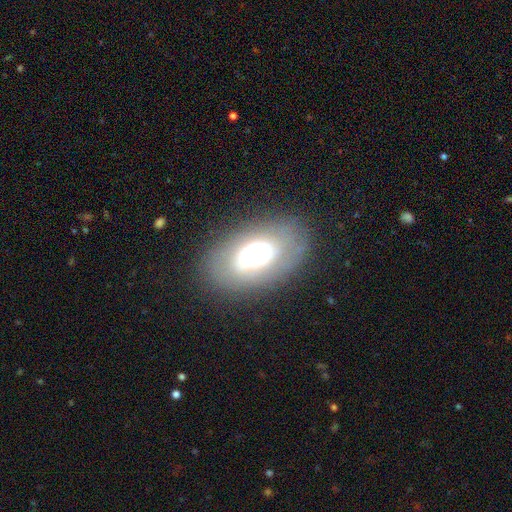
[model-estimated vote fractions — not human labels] Q: Smooth or featured?
A: smooth (49%); runner-up: featured or disk (39%)
Q: Merging?
A: none (74%); runner-up: minor disturbance (15%)